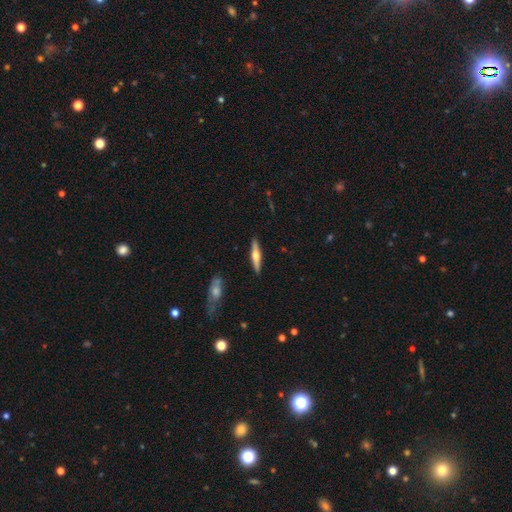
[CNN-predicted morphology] Smooth or featured? featured or disk (60%)
Edge-on disk? yes (96%)
Edge-on bulge? rounded (92%)
Merging? none (90%)